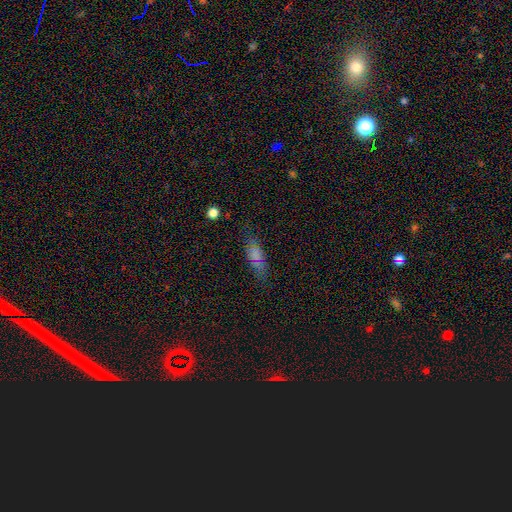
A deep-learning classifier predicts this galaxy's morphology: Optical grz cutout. It shows a smooth galaxy with no disk features (69%) that is in between round and cigar-shaped (64%). Merging: none (71%).